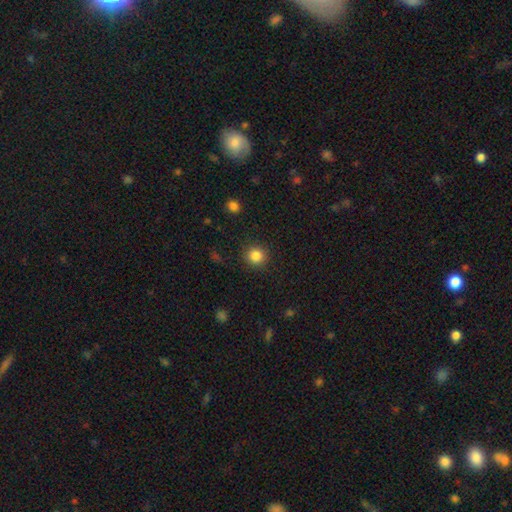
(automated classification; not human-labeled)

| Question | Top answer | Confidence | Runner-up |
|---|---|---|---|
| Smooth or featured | smooth | 85% | star or artifact (11%) |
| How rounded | round | 92% | in between (7%) |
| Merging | none | 90% | minor disturbance (6%) |